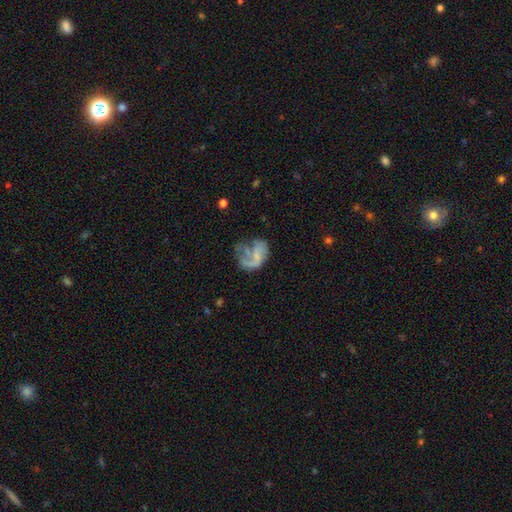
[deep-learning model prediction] featured or disk 54%, smooth 34%, star or artifact 11%. Down the decision tree: edge-on disk — no (98%); bar — no (69%); spiral arms — no (53%); bulge size — none (57%); merging — major disturbance (48%).